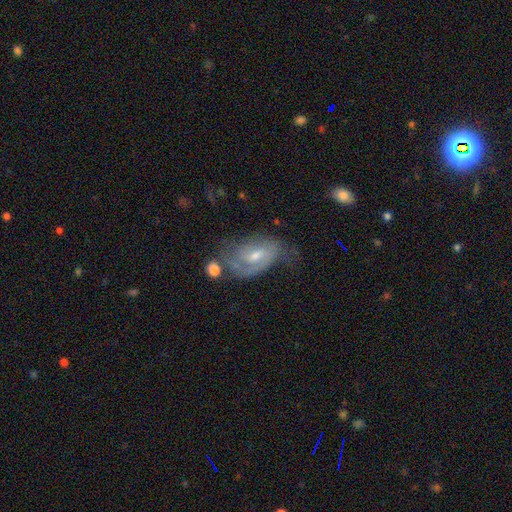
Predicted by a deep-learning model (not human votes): A featured or disk galaxy (73%) with a weak bar (53%), 2 (54%) medium (41%, tied with tight) spiral arms (86%) and a moderate central bulge (53%).

Vote fractions:
- Smooth or featured? featured or disk: 73% / smooth: 19% / star or artifact: 8%
- Edge-on disk? no: 95% / yes: 5%
- Bar? weak: 53% / no: 34% / strong: 13%
- Spiral arms? yes: 86% / no: 14%
- Spiral winding? medium: 41% (tied) / tight: 41% (tied) / loose: 19%
- Spiral arm count? 2: 54% / can't tell: 24% / 1: 14% / 3: 5% / 4: 2% / more than 4: 2%
- Bulge size? moderate: 53% / small: 40% / large: 3% / none: 3% / dominant: 1%
- Merging? none: 46% / minor disturbance: 28% / major disturbance: 19% / merger: 7%